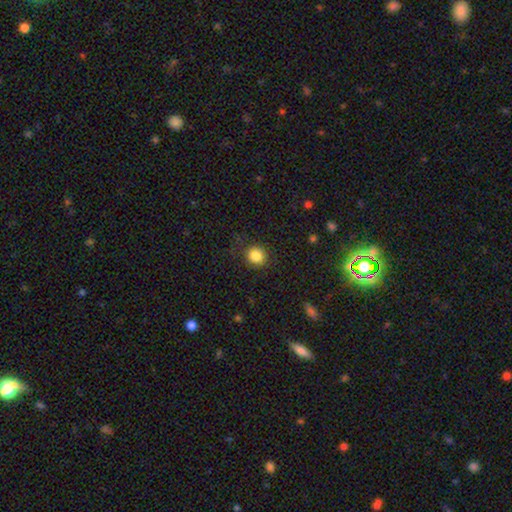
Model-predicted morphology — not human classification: Overall: smooth (85%). How rounded: round (85%). Merging: none (85%).